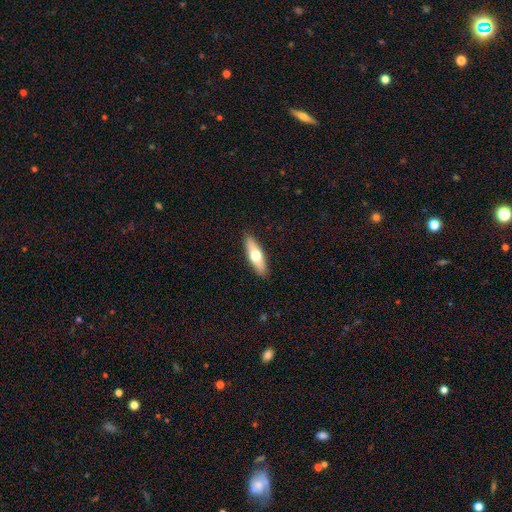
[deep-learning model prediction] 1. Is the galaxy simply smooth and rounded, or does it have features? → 55% smooth, 40% featured or disk, 6% star or artifact.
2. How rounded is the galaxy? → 49% cigar-shaped, 48% in between, 3% round.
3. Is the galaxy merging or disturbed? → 89% none, 8% minor disturbance, 2% major disturbance, 1% merger.